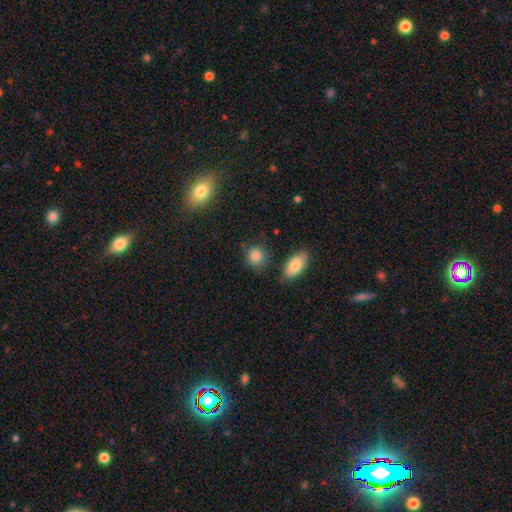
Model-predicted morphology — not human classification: type=smooth (86%); roundness=round (73%); merging=none (75%).